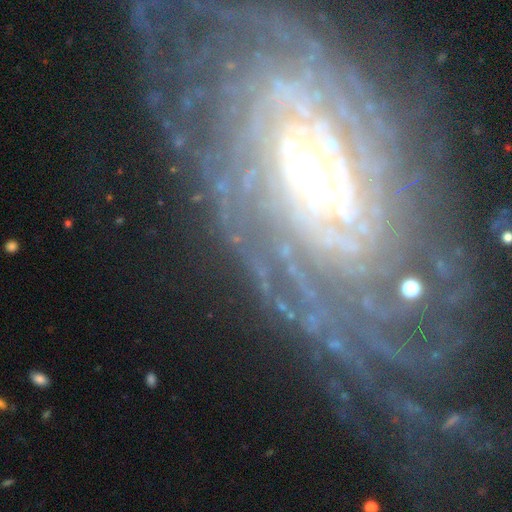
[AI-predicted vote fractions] The model was most divided on "spiral arm count": can't tell: 34%, more than 4: 27%, 4: 12%, 3: 10%, 2: 10%, 1: 8%. Remaining: edge-on disk — no (94%); spiral arms — yes (93%); smooth or featured — featured or disk (85%); spiral winding — tight (77%); merging — none (74%); bar — no (56%); bulge size — moderate (48%).